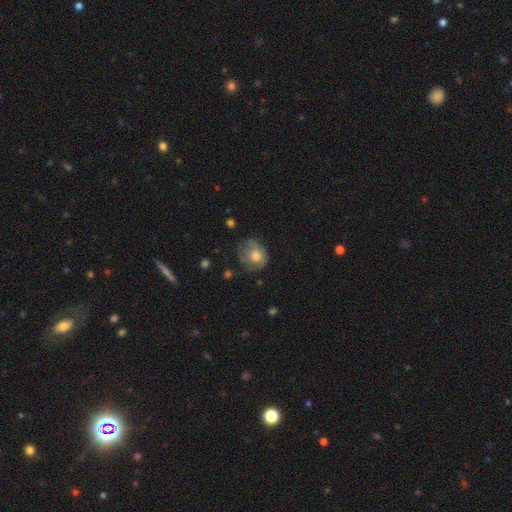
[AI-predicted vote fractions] Smooth or featured? Predicted: smooth (p=0.60). How rounded? Predicted: round (p=0.65). Merging? Predicted: none (p=0.47).